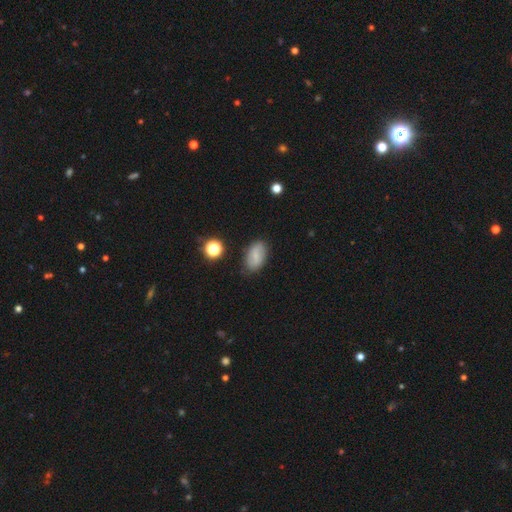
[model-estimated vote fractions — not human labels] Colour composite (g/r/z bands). It shows a smooth galaxy with no disk features (72%) that is in between round and cigar-shaped (91%). Merging: none (80%).